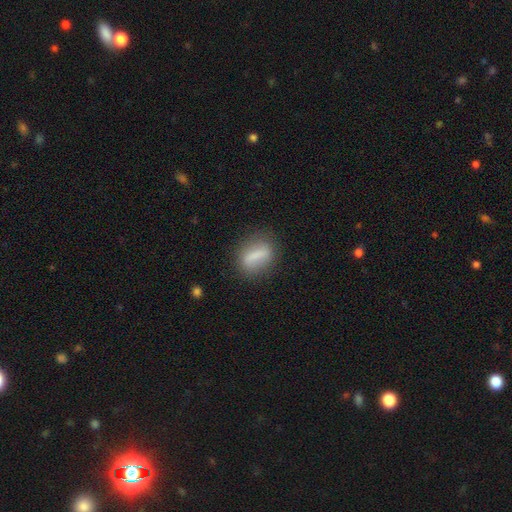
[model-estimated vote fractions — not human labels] Overall: smooth (65%; featured or disk 26%). How rounded: in between (57%; cigar-shaped 23%). Merging: none (76%).